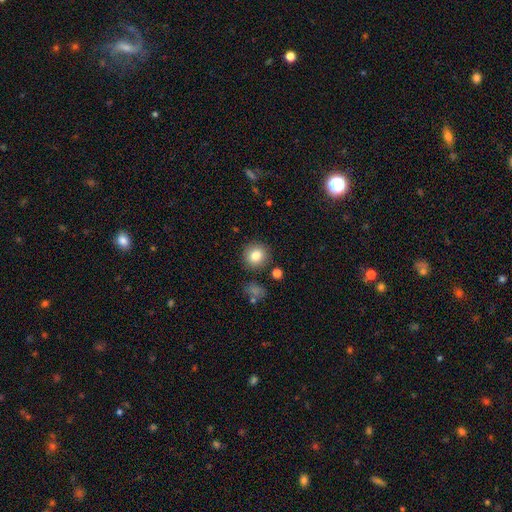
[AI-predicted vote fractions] The model was most divided on "smooth or featured": smooth: 82%, star or artifact: 10%, featured or disk: 8%. More confident: how rounded — round (89%); merging — none (86%).